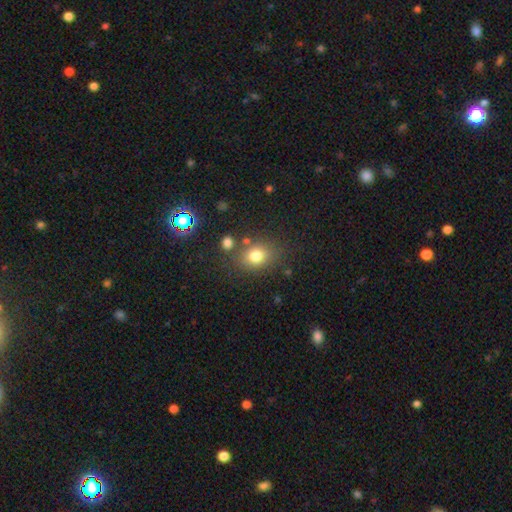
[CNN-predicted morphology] smooth 78%, star or artifact 14%, featured or disk 9%. Down the decision tree: how rounded — round (51%); merging — none (73%).